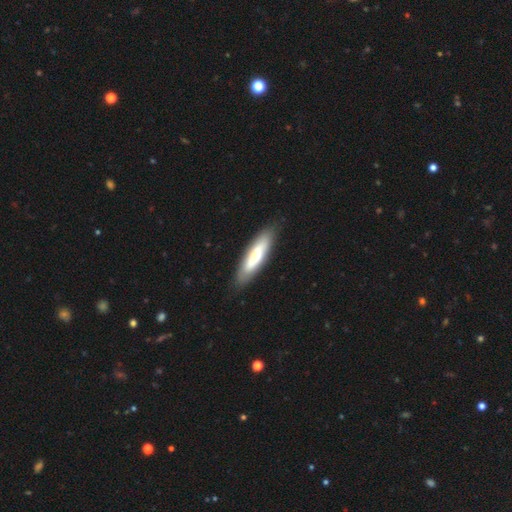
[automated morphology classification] smooth_or_featured: smooth (p=0.60) [alt: featured or disk p=0.35]
how_rounded: cigar-shaped (p=0.66) [alt: in between p=0.33]
merging: none (p=0.84) [alt: minor disturbance p=0.12]